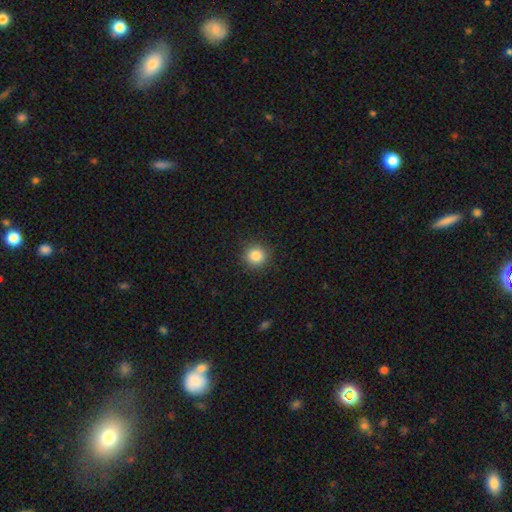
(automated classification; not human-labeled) smooth 84%, star or artifact 11%, featured or disk 5%. Down the decision tree: how rounded — round (94%); merging — none (92%).